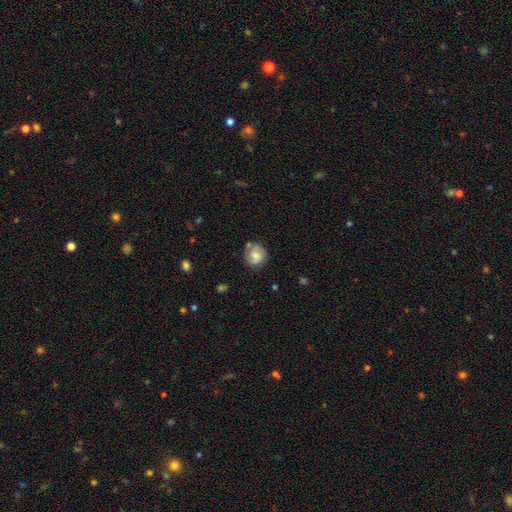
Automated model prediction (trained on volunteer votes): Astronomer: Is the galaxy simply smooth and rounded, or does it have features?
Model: smooth — 52% (runner-up: featured or disk, 40%).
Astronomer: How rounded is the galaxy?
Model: round — 83%.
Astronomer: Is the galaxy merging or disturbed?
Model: none — 68%.